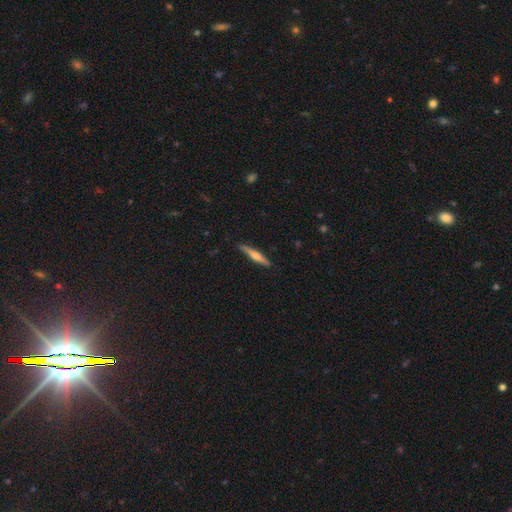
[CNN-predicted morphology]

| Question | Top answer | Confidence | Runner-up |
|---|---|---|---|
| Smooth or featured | featured or disk | 48% | smooth (47%) |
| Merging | none | 86% | minor disturbance (11%) |